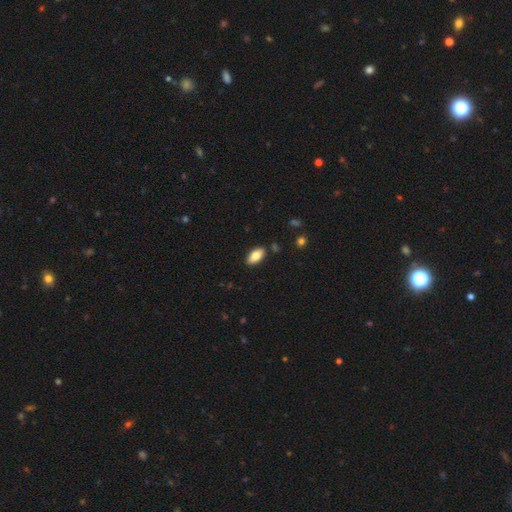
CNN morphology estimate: The model was most divided on "smooth or featured": smooth: 81%, featured or disk: 12%, star or artifact: 7%. More confident: how rounded — in between (92%); merging — none (87%).